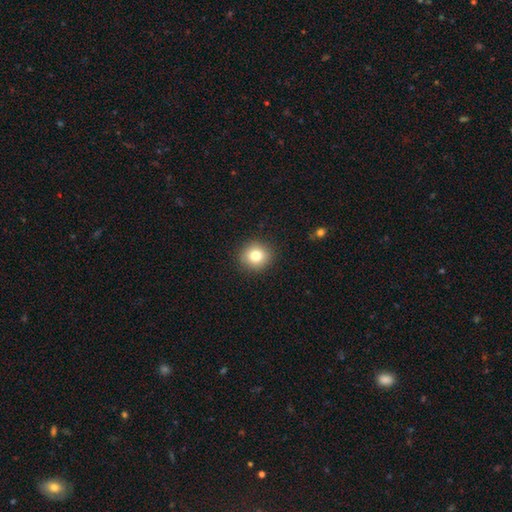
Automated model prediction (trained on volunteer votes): A smooth galaxy with no disk features (80%) that is round (89%).

Vote fractions:
- Smooth or featured? smooth: 80% / star or artifact: 11% / featured or disk: 9%
- How rounded? round: 89% / in between: 10% / cigar-shaped: 1%
- Merging? none: 91% / minor disturbance: 6% / major disturbance: 2% / merger: 1%